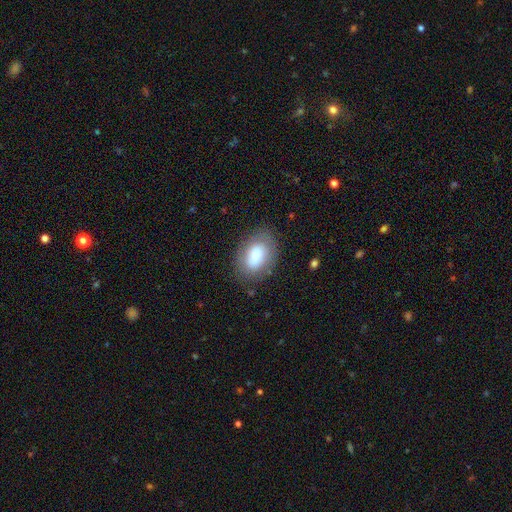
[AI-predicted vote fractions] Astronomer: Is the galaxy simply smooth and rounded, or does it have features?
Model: smooth — 80%.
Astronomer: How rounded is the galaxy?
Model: in between — 86%.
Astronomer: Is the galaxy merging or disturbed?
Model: none — 76%.